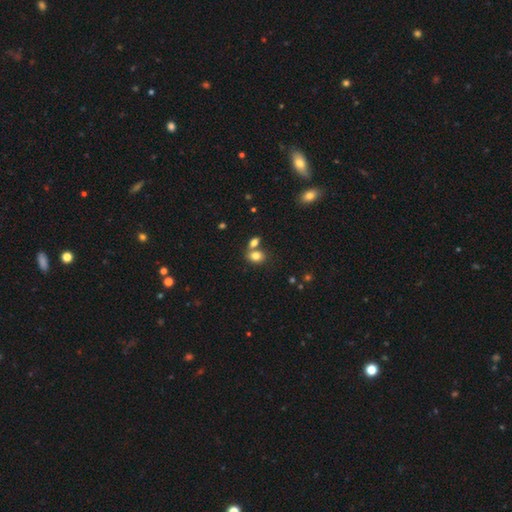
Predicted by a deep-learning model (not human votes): Overall: smooth (80%). How rounded: in between (62%; round 37%). Merging: none (51%; merger 36%).